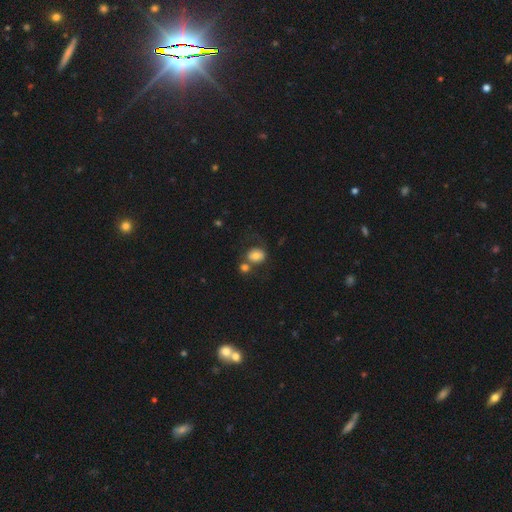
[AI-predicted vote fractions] Smooth or featured?
  - smooth: 72% *
  - featured or disk: 18%
  - star or artifact: 10%
How rounded?
  - round: 52% *
  - in between: 47%
  - cigar-shaped: 1%
Merging?
  - merger: 38% *
  - none: 37%
  - minor disturbance: 14%
  - major disturbance: 11%